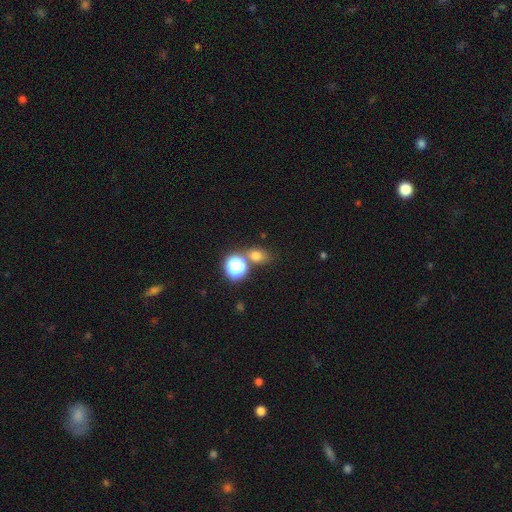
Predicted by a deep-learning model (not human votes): Smooth or featured? Predicted: smooth (p=0.68). How rounded? Predicted: in between (p=0.54). Merging? Predicted: none (p=0.66).